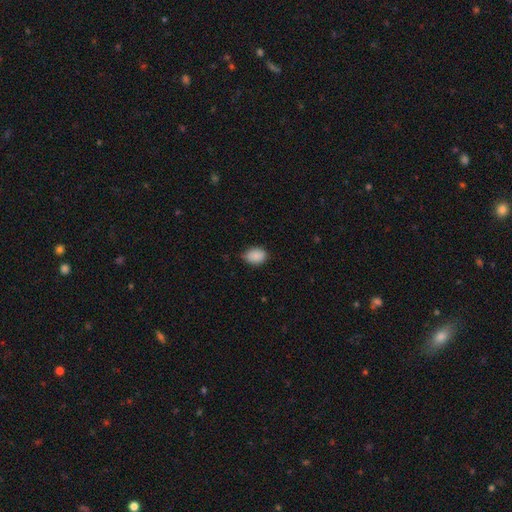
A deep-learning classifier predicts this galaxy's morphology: smooth-or-featured: smooth: 88% | star or artifact: 7% | featured or disk: 4%
  how-rounded: in between: 73% | round: 26% | cigar-shaped: 1%
  merging: none: 72% | minor disturbance: 23% | major disturbance: 3% | merger: 1%